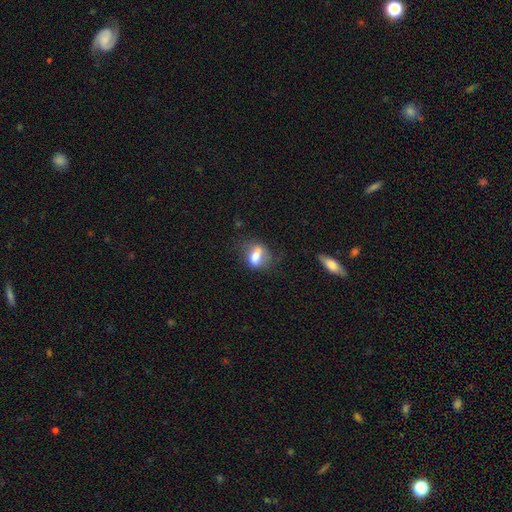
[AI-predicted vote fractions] Smooth or featured: smooth — 61% (featured or disk — 29%)
How rounded: in between — 64% (round — 20%)
Merging: none — 53% (minor disturbance — 23%)